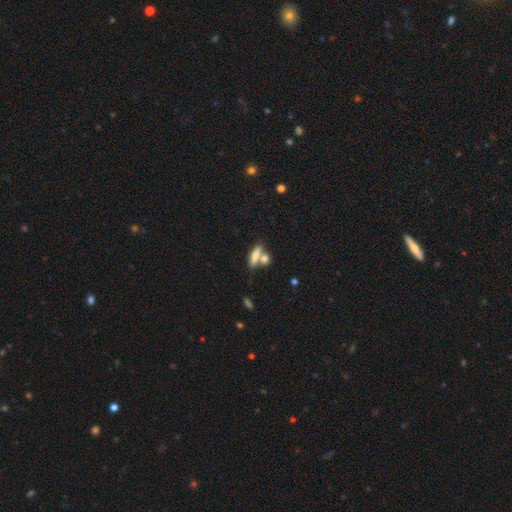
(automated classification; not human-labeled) Smooth or featured? smooth (69%)
How rounded? cigar-shaped (46%, tied with in between)
Merging? none (47%)